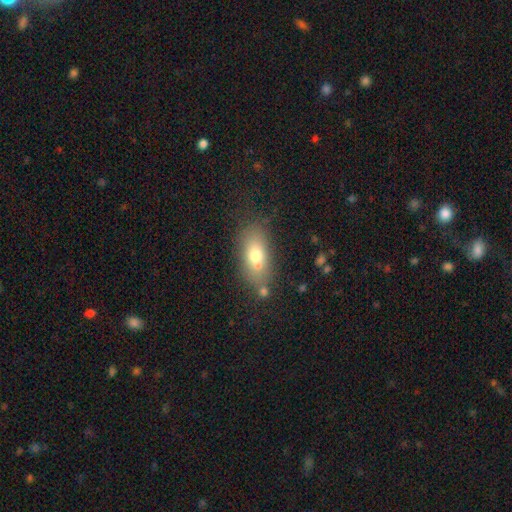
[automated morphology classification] smooth_or_featured: smooth (p=0.70) [alt: featured or disk p=0.20]
how_rounded: in between (p=0.82) [alt: cigar-shaped p=0.11]
merging: none (p=0.64) [alt: minor disturbance p=0.17]